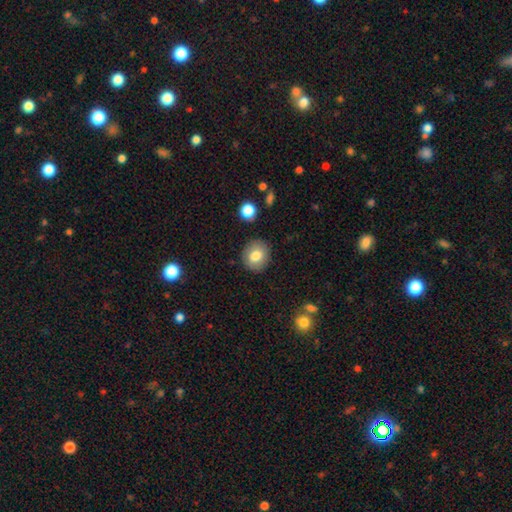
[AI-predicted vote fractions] This appears to be a smooth galaxy with no disk features (79%) that is round (75%). Merging: none (87%).